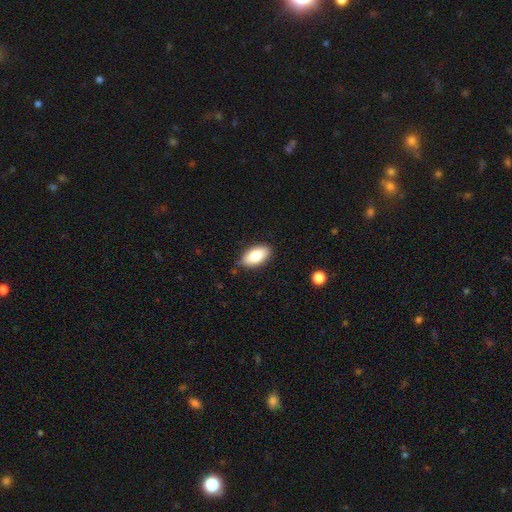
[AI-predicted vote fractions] Smooth or featured?
  - smooth: 81% *
  - featured or disk: 12%
  - star or artifact: 7%
How rounded?
  - in between: 94% *
  - cigar-shaped: 3%
  - round: 3%
Merging?
  - none: 84% *
  - minor disturbance: 12%
  - major disturbance: 2%
  - merger: 2%